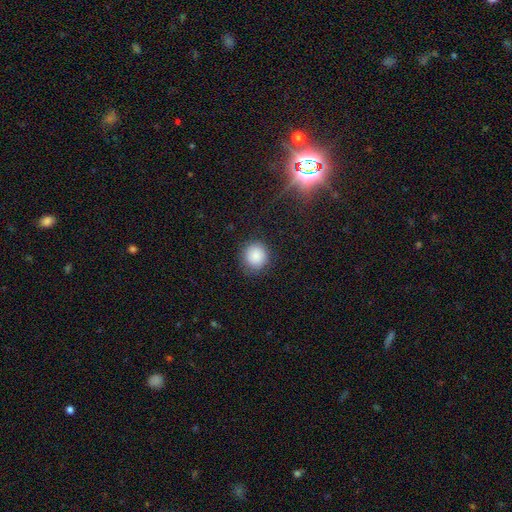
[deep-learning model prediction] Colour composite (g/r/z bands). It shows a smooth galaxy with no disk features (86%) that is round (88%). Merging: none (85%).